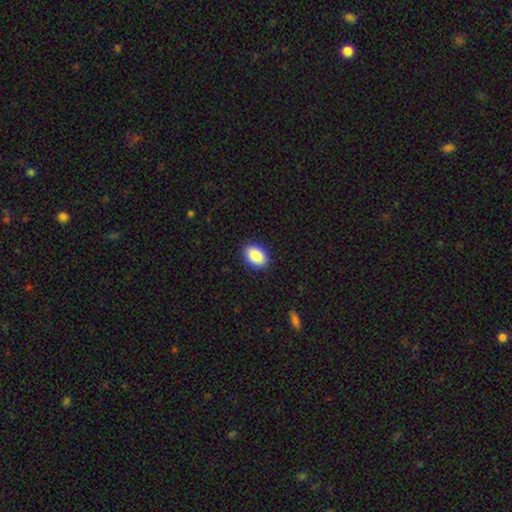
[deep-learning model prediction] smooth 89%, star or artifact 7%, featured or disk 4%. Down the decision tree: how rounded — in between (86%); merging — none (90%).